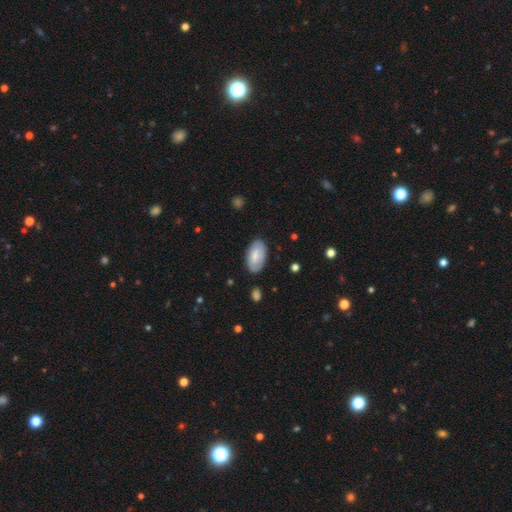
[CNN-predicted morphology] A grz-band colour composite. It shows a smooth galaxy with no disk features (78%) that is in between round and cigar-shaped (95%). Merging: none (83%).